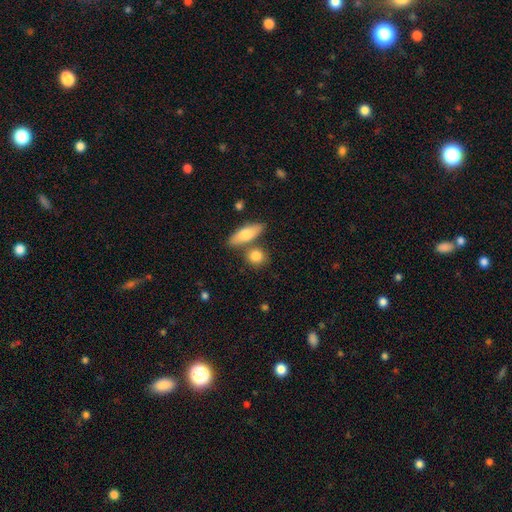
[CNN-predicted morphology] This is clearly a smooth galaxy (82%). How rounded: possibly round (57%). Merging: likely none (65%).